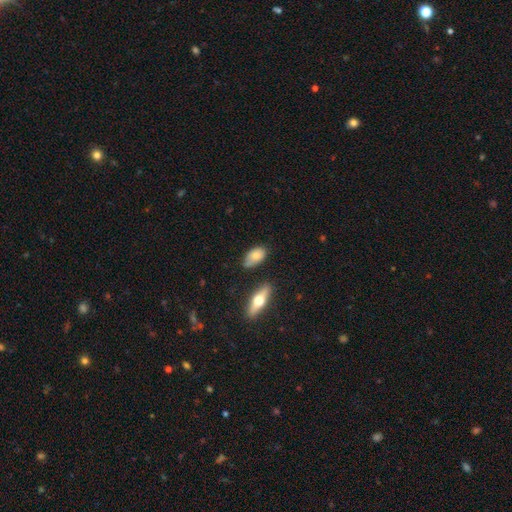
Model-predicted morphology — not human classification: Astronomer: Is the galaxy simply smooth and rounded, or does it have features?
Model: smooth — 74%.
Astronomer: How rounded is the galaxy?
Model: in between — 90%.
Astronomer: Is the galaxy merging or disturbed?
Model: none — 61%.